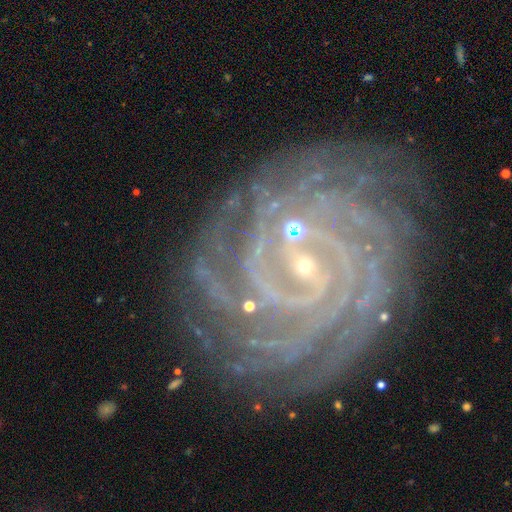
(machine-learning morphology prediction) featured or disk 91%, star or artifact 6%, smooth 3%. Down the decision tree: edge-on disk — no (98%); bar — weak (39%); spiral arms — yes (99%); spiral arm count — more than 4 (26%); spiral winding — tight (81%); bulge size — small (85%); merging — none (78%).